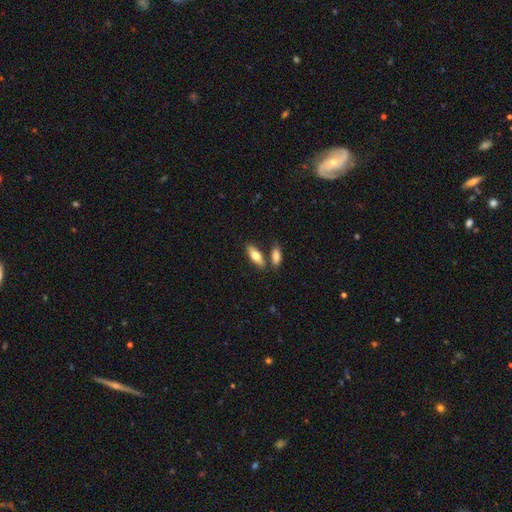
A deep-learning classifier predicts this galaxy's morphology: Smooth or featured: smooth — 72% (featured or disk — 22%)
How rounded: in between — 69% (cigar-shaped — 28%)
Merging: none — 70% (merger — 17%)